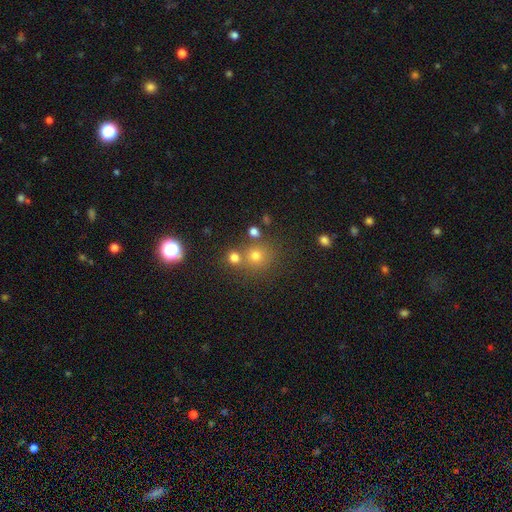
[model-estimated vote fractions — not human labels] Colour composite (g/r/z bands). It shows a smooth galaxy with no disk features (71%) that is round (85%). Merging: none (61%).